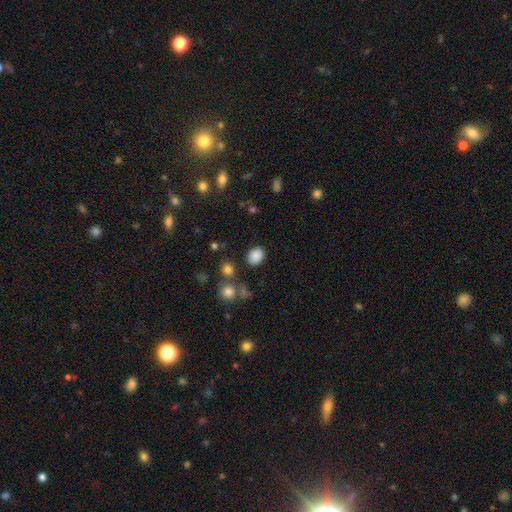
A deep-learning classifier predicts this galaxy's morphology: A smooth galaxy with no disk features (85%) that is round (50%).

Vote fractions:
- Smooth or featured? smooth: 85% / star or artifact: 11% / featured or disk: 4%
- How rounded? round: 50% / in between: 49% / cigar-shaped: 1%
- Merging? none: 82% / minor disturbance: 11% / merger: 4% / major disturbance: 4%